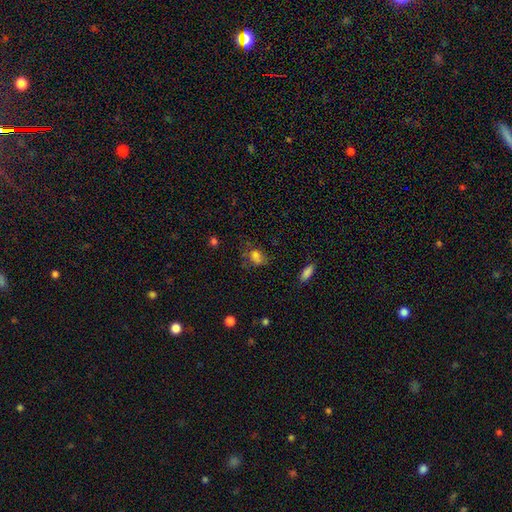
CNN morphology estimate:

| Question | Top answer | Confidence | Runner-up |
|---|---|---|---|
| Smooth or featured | smooth | 72% | star or artifact (15%) |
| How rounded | in between | 63% | round (35%) |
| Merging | none | 49% | minor disturbance (26%) |